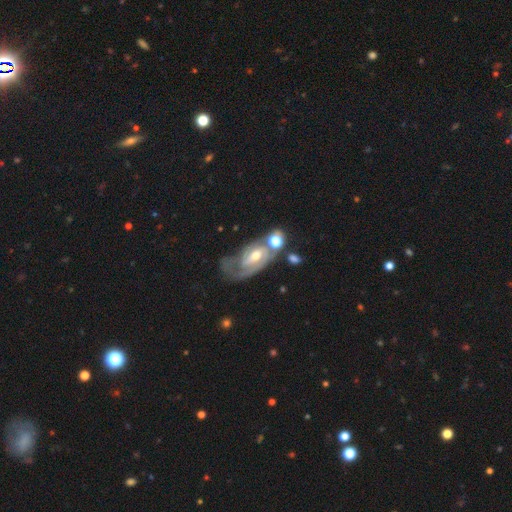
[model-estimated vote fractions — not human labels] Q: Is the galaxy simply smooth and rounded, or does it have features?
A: featured or disk — 77%.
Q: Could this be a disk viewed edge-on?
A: no — 94%.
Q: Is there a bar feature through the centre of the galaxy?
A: weak — 43%.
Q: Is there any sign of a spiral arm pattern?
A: yes — 85%.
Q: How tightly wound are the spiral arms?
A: tight — 45%.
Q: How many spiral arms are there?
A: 2 — 44%.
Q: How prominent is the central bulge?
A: moderate — 61%.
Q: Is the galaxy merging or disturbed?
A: none — 36%.